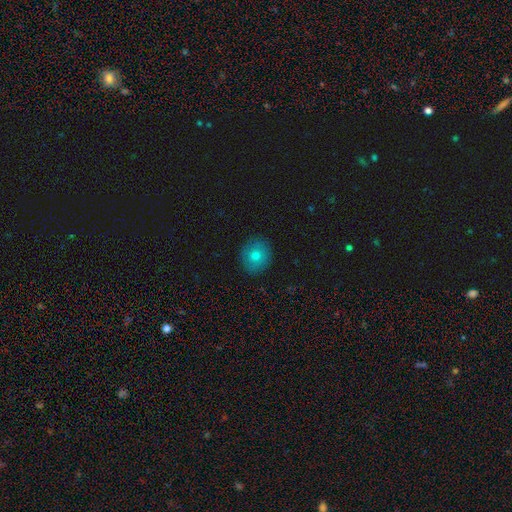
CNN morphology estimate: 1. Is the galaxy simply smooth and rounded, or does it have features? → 74% smooth, 15% featured or disk, 11% star or artifact.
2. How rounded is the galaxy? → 80% round, 19% in between, 1% cigar-shaped.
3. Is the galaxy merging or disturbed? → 90% none, 7% minor disturbance, 2% major disturbance, 1% merger.